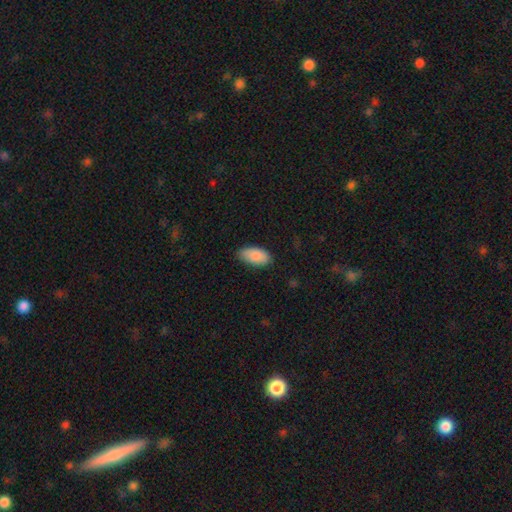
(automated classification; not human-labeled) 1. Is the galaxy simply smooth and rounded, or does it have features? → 88% smooth, 6% star or artifact, 5% featured or disk.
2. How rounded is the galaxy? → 94% in between, 3% cigar-shaped, 2% round.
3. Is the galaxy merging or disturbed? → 80% none, 16% minor disturbance, 3% major disturbance, 1% merger.